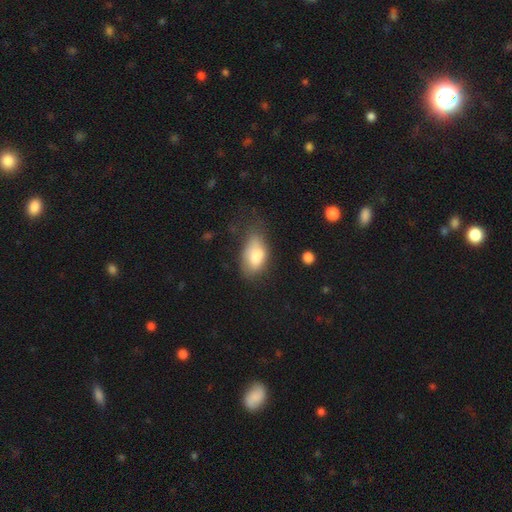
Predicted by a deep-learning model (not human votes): Smooth or featured? Predicted: smooth (p=0.77). How rounded? Predicted: in between (p=0.91). Merging? Predicted: minor disturbance (p=0.37, tied with none).